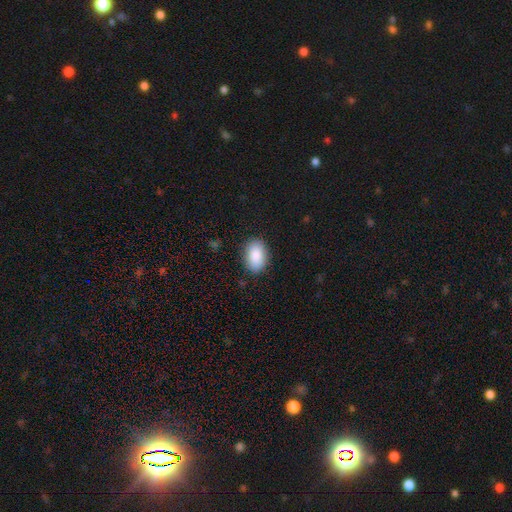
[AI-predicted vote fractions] Q: Smooth or featured?
A: smooth (88%); runner-up: star or artifact (6%)
Q: How rounded?
A: in between (89%); runner-up: round (10%)
Q: Merging?
A: none (86%); runner-up: minor disturbance (11%)